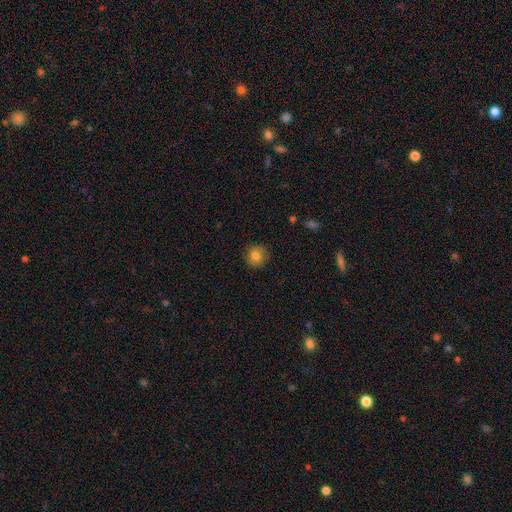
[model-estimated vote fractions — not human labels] This appears to be a smooth galaxy with no disk features (79%) that is round (91%). Merging: none (87%).